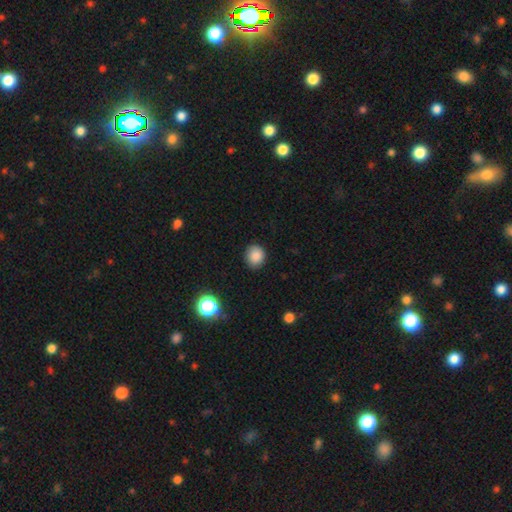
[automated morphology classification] Smooth or featured? smooth (86%)
How rounded? round (79%)
Merging? none (87%)